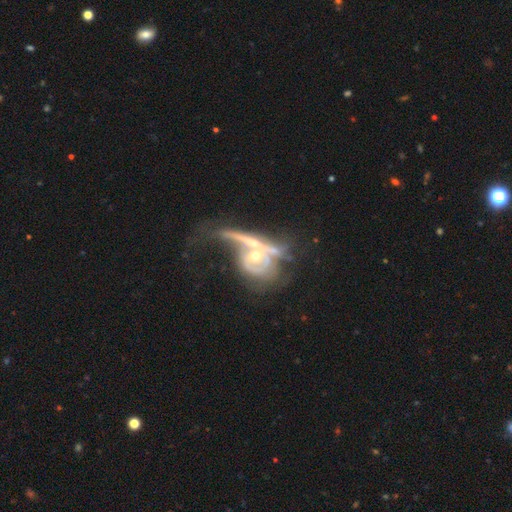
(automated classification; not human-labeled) Morphology: type=featured or disk (72%); edge-on=no (74%); bar=no (77%); spiral arms=no (55%); bulge=moderate (65%); merging=merger (49%).